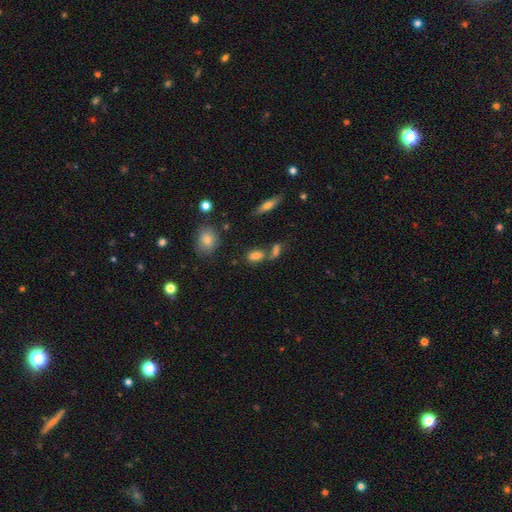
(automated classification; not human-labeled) Smooth or featured? Predicted: smooth (p=0.77). How rounded? Predicted: in between (p=0.82). Merging? Predicted: none (p=0.53).